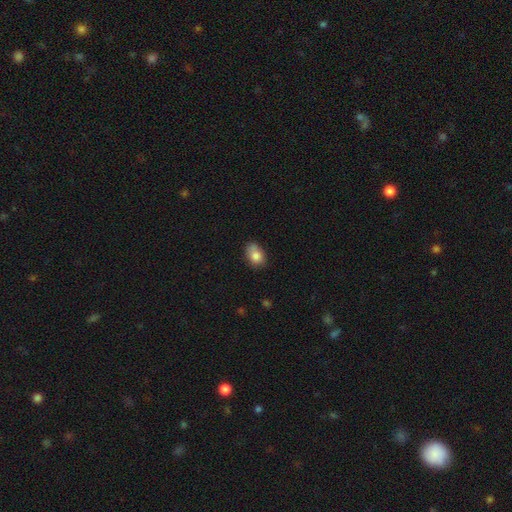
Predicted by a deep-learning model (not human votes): Morphology: type=smooth (81%); roundness=in between (78%); merging=none (60%).